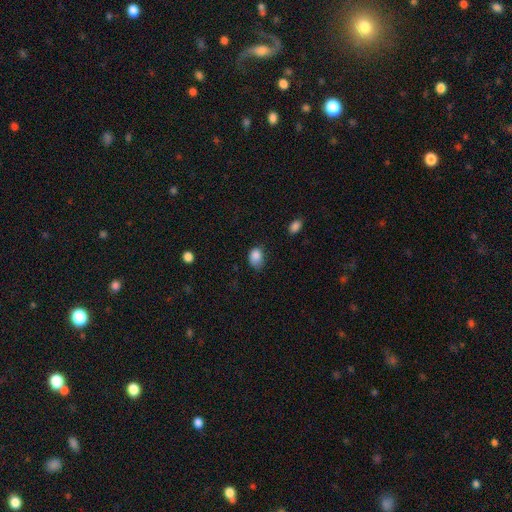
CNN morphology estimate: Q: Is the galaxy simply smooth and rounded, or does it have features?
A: smooth — 86%.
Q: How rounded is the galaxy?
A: in between — 70%.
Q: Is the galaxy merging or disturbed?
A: none — 51%.